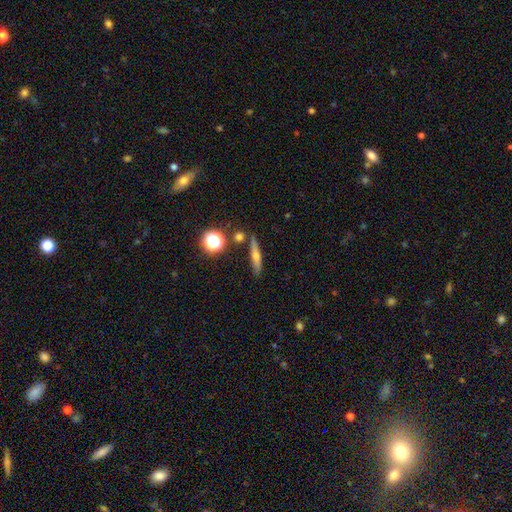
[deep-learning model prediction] smooth-or-featured: featured or disk: 44% (tied) | smooth: 44% (tied) | star or artifact: 12%
  merging: none: 83% | minor disturbance: 9% | merger: 5% | major disturbance: 2%